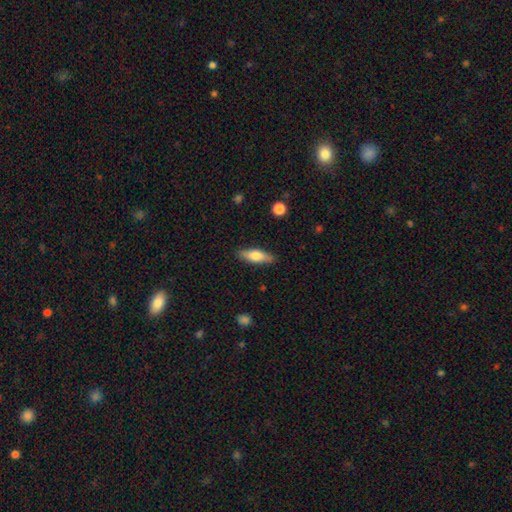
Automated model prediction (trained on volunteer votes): Morphology: type=smooth (70%); roundness=in between (56%); merging=none (87%).